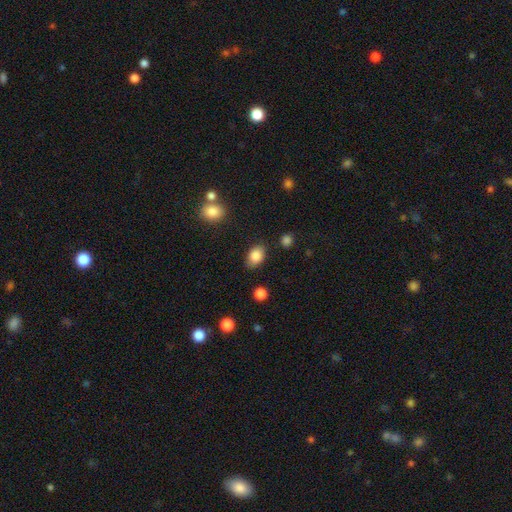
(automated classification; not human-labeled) Smooth or featured: smooth — 86% (star or artifact — 8%)
How rounded: in between — 82% (round — 17%)
Merging: none — 81% (minor disturbance — 13%)